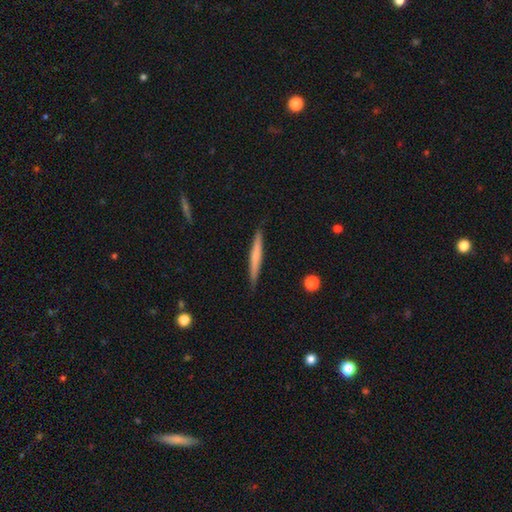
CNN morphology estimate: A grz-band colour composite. It shows a smooth galaxy with no disk features (54%) that is cigar-shaped (96%). Merging: none (90%).